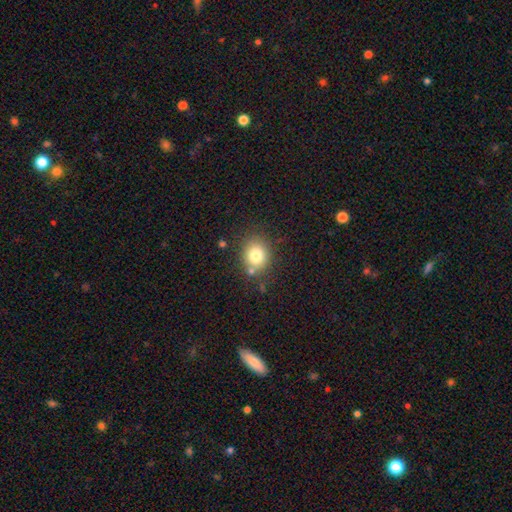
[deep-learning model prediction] A smooth galaxy with no disk features (78%) that is round (70%). Merging: none (78%).